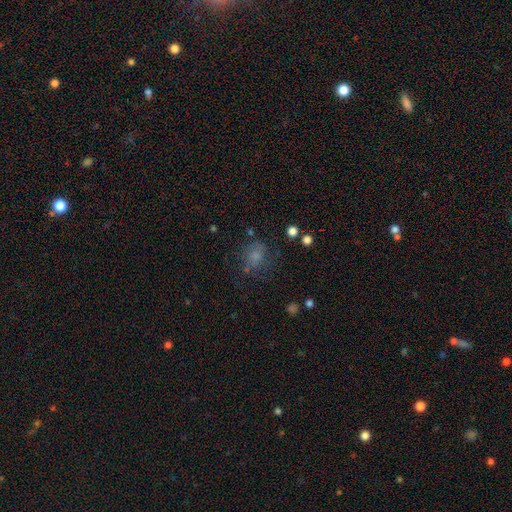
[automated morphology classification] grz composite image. It shows a smooth galaxy with no disk features (68%) that is round (58%). Merging: none (56%).